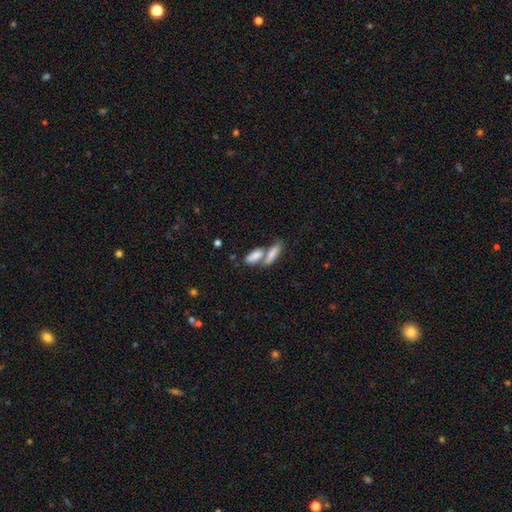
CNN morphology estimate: smooth 77%, featured or disk 16%, star or artifact 7%. Down the decision tree: how rounded — in between (71%); merging — merger (58%).